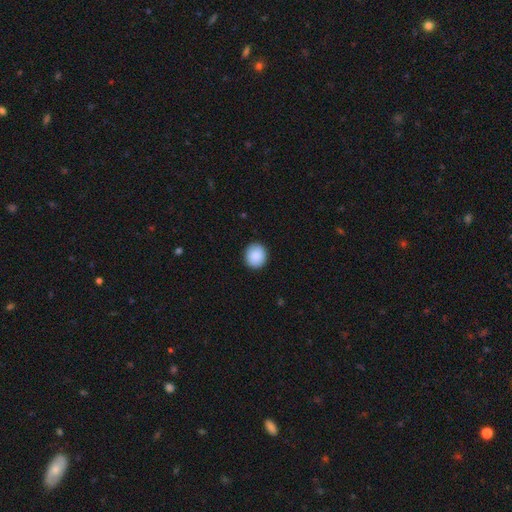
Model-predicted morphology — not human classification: Q: Smooth or featured?
A: smooth (89%); runner-up: star or artifact (7%)
Q: How rounded?
A: round (83%); runner-up: in between (16%)
Q: Merging?
A: none (90%); runner-up: minor disturbance (7%)